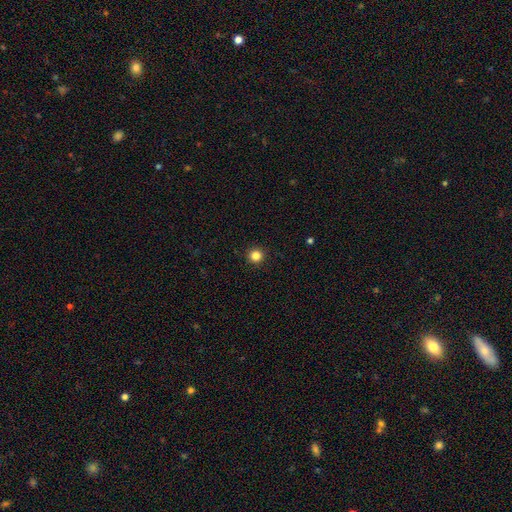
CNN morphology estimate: Q: Smooth or featured?
A: smooth (84%); runner-up: star or artifact (12%)
Q: How rounded?
A: round (96%); runner-up: in between (3%)
Q: Merging?
A: none (93%); runner-up: minor disturbance (4%)